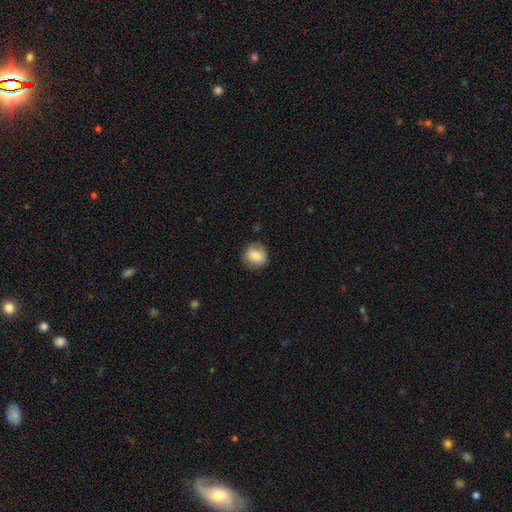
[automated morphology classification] smooth 82%, featured or disk 10%, star or artifact 8%. Down the decision tree: how rounded — round (80%); merging — none (80%).